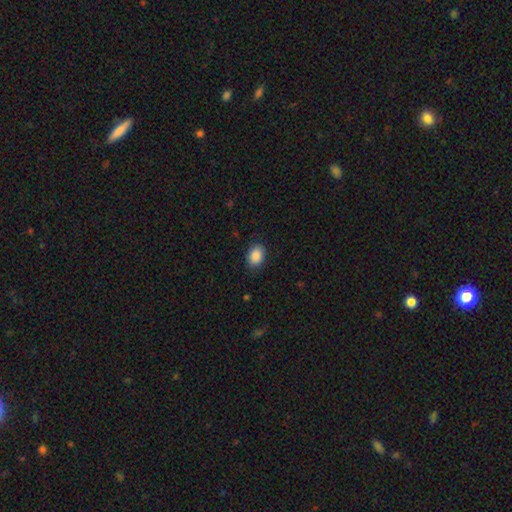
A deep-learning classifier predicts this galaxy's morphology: Smooth or featured: smooth — 89% (star or artifact — 7%)
How rounded: in between — 72% (round — 27%)
Merging: none — 87% (minor disturbance — 10%)